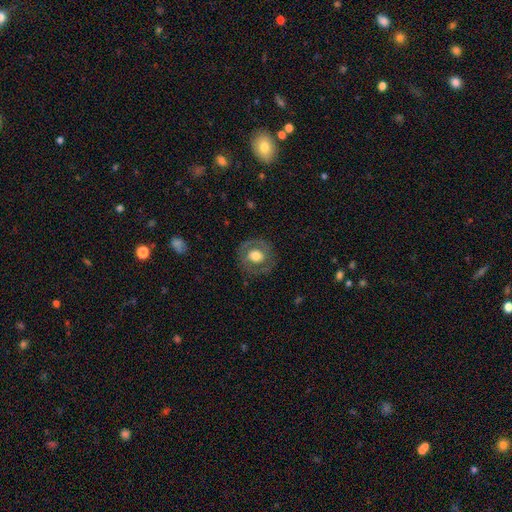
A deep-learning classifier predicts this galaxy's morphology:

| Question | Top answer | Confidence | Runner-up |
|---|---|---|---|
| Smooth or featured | smooth | 48% | featured or disk (45%) |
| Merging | none | 78% | minor disturbance (13%) |